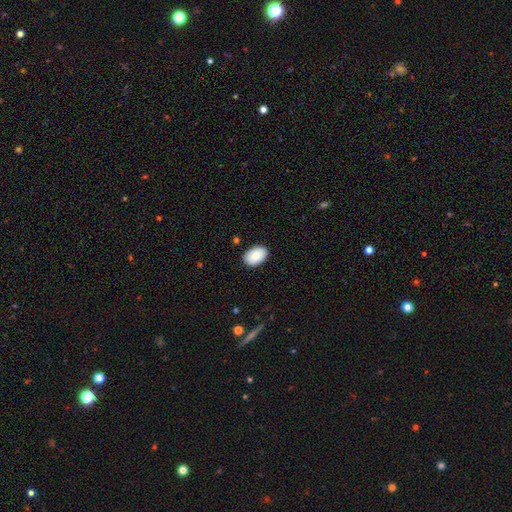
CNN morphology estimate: Overall: smooth (86%). How rounded: in between (89%). Merging: none (87%).